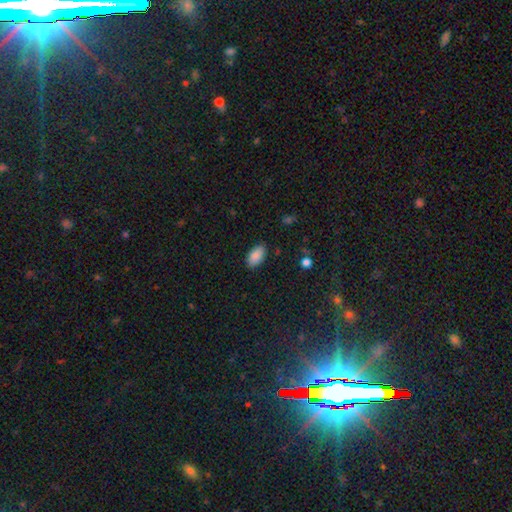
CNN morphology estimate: Overall: smooth (88%). How rounded: in between (94%). Merging: none (84%).